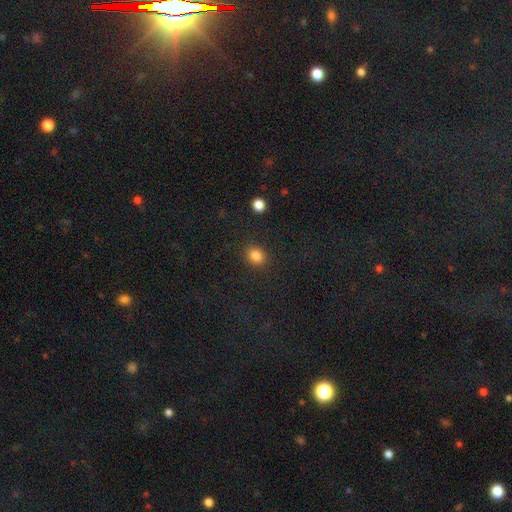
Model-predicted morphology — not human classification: smooth_or_featured: smooth (p=0.84) [alt: star or artifact p=0.11]
how_rounded: round (p=0.59) [alt: in between p=0.40]
merging: none (p=0.87) [alt: minor disturbance p=0.08]